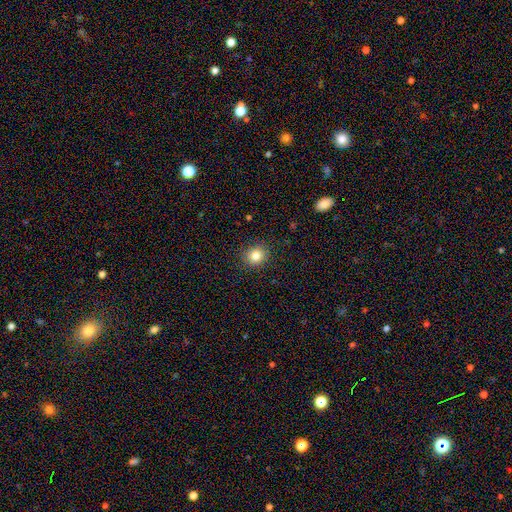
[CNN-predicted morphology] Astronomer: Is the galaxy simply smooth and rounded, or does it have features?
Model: smooth — 82%.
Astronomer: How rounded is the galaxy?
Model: round — 76%.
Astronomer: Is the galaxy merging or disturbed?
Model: none — 88%.